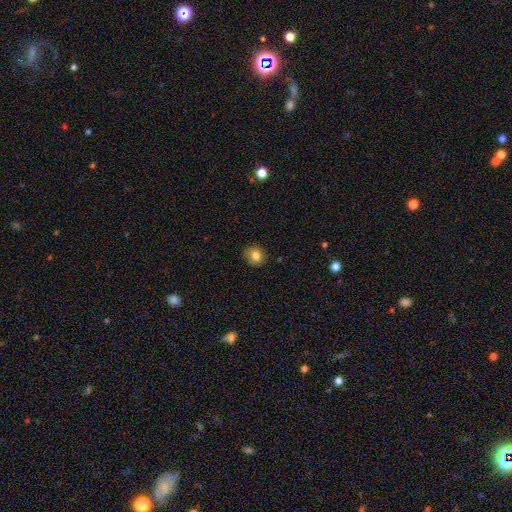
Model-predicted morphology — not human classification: Smooth or featured: smooth — 80% (star or artifact — 11%)
How rounded: round — 80% (in between — 19%)
Merging: none — 86% (minor disturbance — 11%)